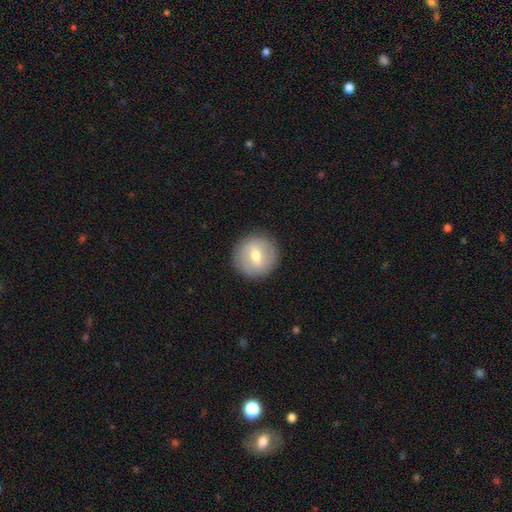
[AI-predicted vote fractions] Overall: smooth (55%; featured or disk 37%). How rounded: round (93%). Merging: none (89%).